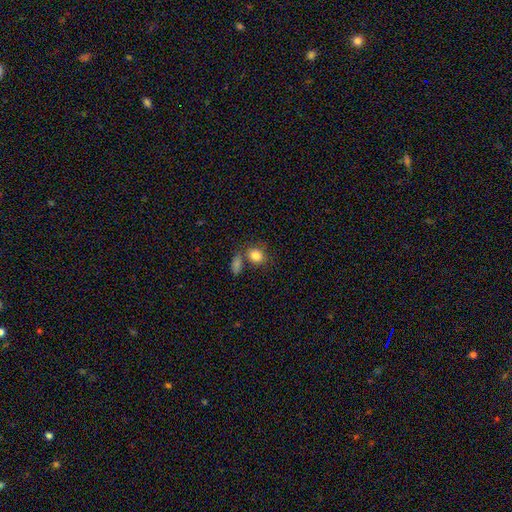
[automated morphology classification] smooth-or-featured: smooth: 84% | star or artifact: 9% | featured or disk: 7%
  how-rounded: round: 55% | in between: 43% | cigar-shaped: 2%
  merging: none: 60% | merger: 21% | minor disturbance: 14% | major disturbance: 5%